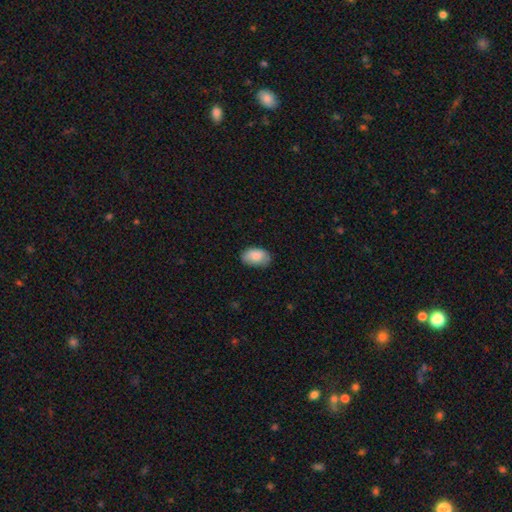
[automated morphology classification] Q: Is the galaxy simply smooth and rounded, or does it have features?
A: smooth — 87%.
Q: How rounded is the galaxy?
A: in between — 92%.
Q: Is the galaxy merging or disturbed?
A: none — 75%.